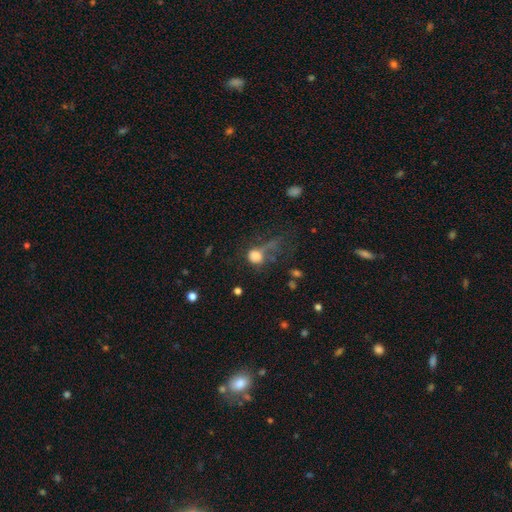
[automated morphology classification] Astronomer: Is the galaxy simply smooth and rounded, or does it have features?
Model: smooth — 73%.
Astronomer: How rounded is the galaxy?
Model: round — 58% (runner-up: in between, 40%).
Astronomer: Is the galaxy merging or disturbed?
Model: major disturbance — 46% (runner-up: none, 23%).